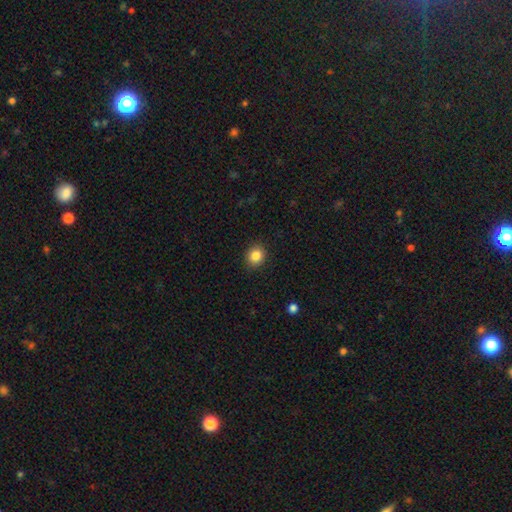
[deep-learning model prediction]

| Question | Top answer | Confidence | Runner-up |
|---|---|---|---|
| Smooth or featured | smooth | 85% | star or artifact (10%) |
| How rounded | round | 77% | in between (22%) |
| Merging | none | 89% | minor disturbance (8%) |